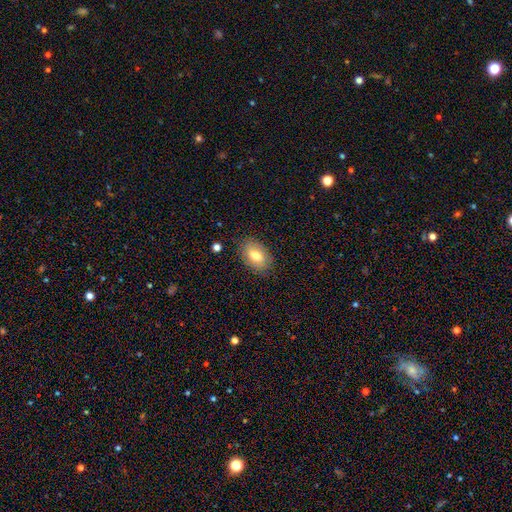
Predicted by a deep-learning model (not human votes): Overall: smooth (76%). How rounded: in between (89%). Merging: none (85%).